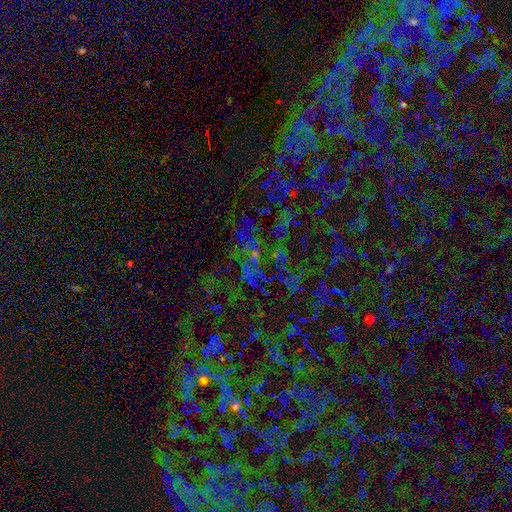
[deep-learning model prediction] Overall: star or artifact (72%).